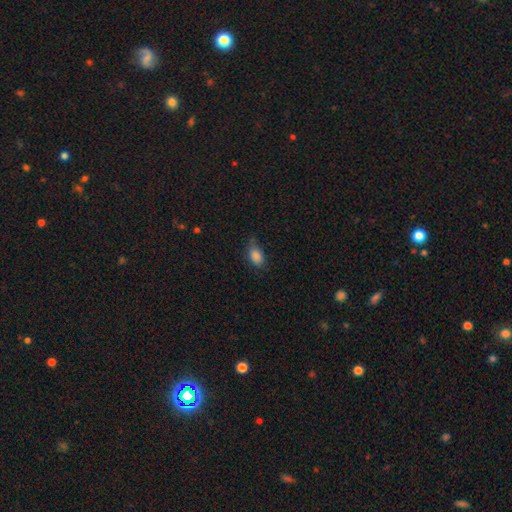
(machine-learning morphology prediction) Smooth or featured? Predicted: smooth (p=0.86). How rounded? Predicted: in between (p=0.87). Merging? Predicted: none (p=0.65).